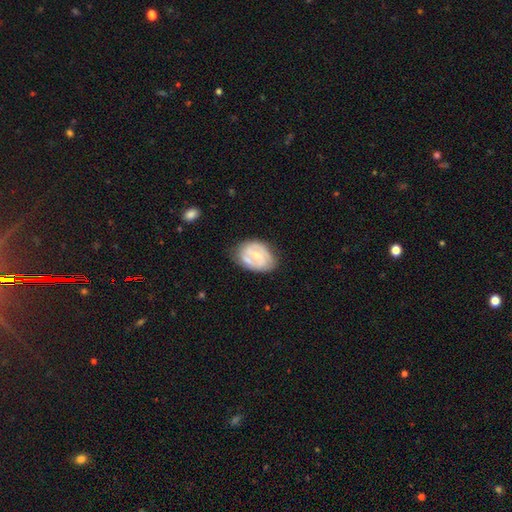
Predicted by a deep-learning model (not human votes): featured or disk 69%, smooth 25%, star or artifact 5%. Down the decision tree: edge-on disk — no (97%); bar — no (52%); spiral arms — yes (79%); spiral arm count — 2 (57%); spiral winding — tight (53%); bulge size — small (48%); merging — none (65%).